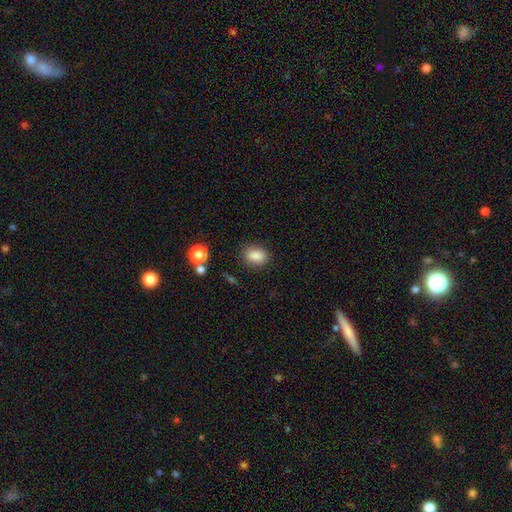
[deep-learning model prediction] This appears to be a smooth galaxy with no disk features (87%) that is in between round and cigar-shaped (73%). Merging: none (84%).